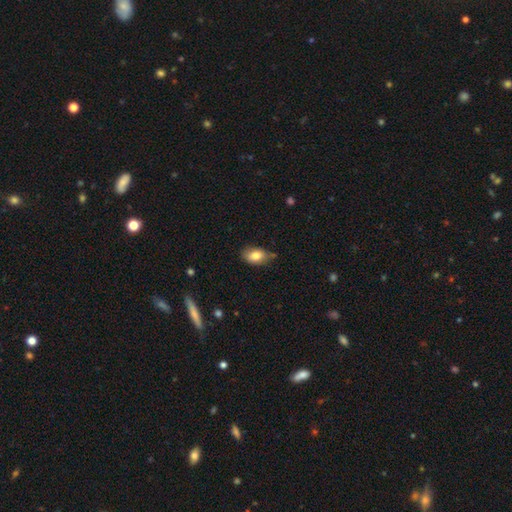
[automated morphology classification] The model was most divided on "merging": none: 69%, minor disturbance: 24%, major disturbance: 4%, merger: 3%. More confident: how rounded — in between (88%); smooth or featured — smooth (81%).